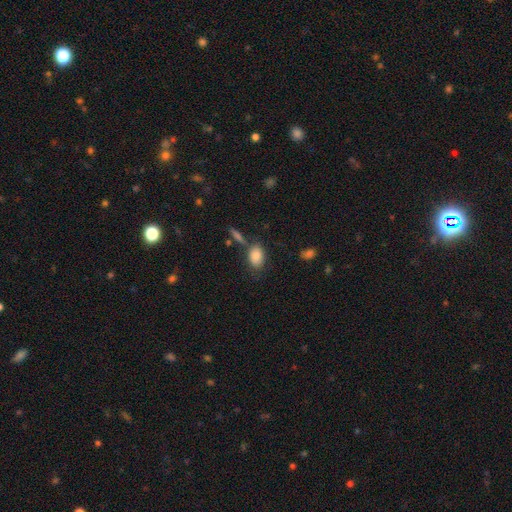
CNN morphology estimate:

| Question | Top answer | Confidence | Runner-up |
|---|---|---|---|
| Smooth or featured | smooth | 85% | star or artifact (8%) |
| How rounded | in between | 86% | round (12%) |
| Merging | none | 65% | minor disturbance (17%) |